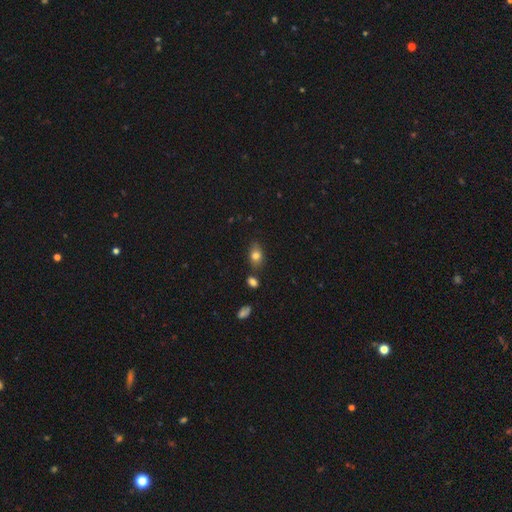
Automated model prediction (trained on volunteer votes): Morphology: type=smooth (79%); roundness=in between (82%); merging=none (74%).